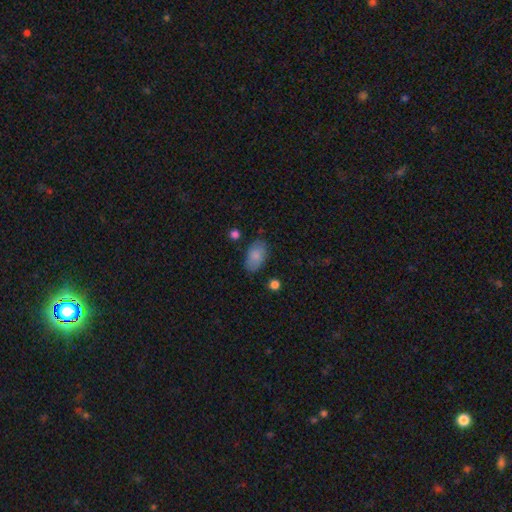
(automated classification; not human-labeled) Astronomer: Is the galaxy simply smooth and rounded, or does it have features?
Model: smooth — 85%.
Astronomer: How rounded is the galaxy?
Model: in between — 93%.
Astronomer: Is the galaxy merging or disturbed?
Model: none — 79%.